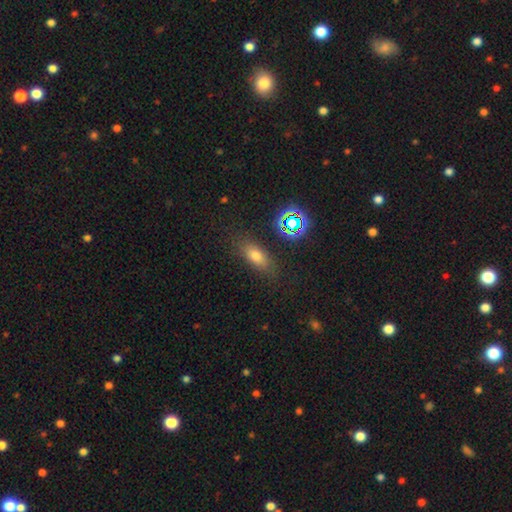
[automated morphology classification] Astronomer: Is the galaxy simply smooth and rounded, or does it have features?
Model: smooth — 68%.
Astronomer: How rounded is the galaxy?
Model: in between — 70%.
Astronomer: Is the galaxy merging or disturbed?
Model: none — 80%.